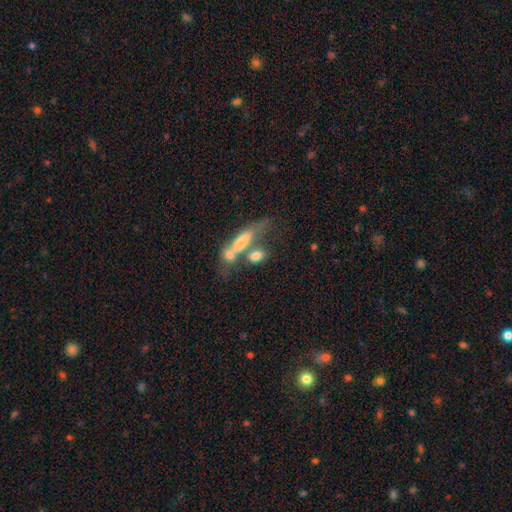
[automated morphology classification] Smooth or featured: smooth — 68% (featured or disk — 23%)
How rounded: in between — 69% (cigar-shaped — 20%)
Merging: merger — 49% (none — 28%)